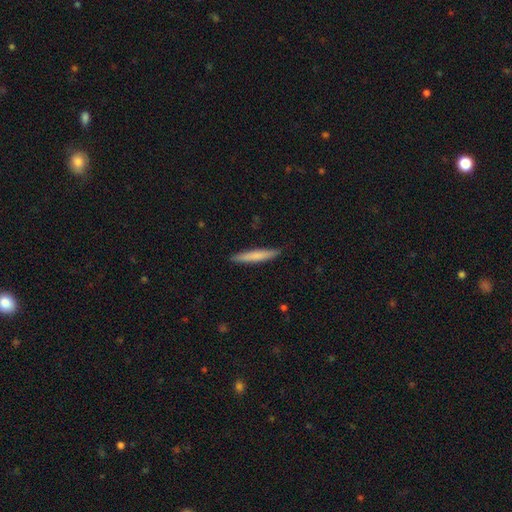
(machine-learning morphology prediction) Q: Smooth or featured?
A: smooth (74%); runner-up: featured or disk (21%)
Q: How rounded?
A: cigar-shaped (94%); runner-up: in between (5%)
Q: Merging?
A: none (90%); runner-up: minor disturbance (7%)